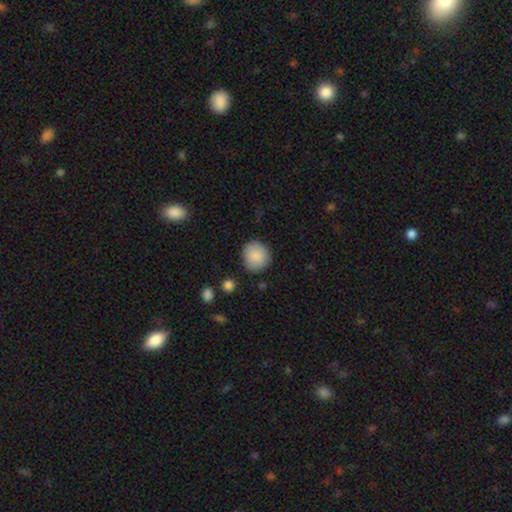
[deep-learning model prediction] A smooth galaxy with no disk features (88%) that is round (88%).

Vote fractions:
- Smooth or featured? smooth: 88% / star or artifact: 7% / featured or disk: 6%
- How rounded? round: 88% / in between: 11% / cigar-shaped: 1%
- Merging? none: 85% / minor disturbance: 10% / major disturbance: 3% / merger: 2%